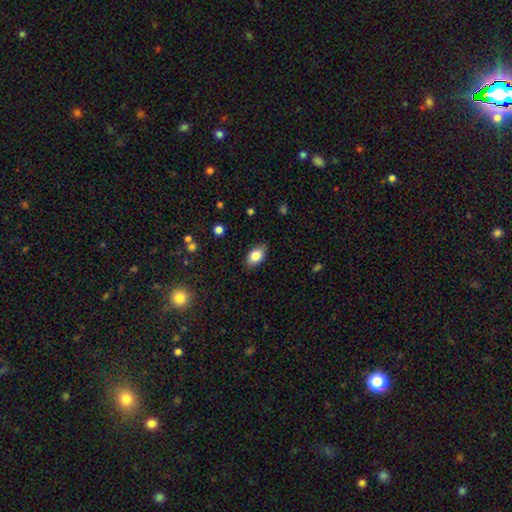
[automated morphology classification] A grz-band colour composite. It shows a smooth galaxy with no disk features (83%) that is in between round and cigar-shaped (87%). Merging: none (84%).